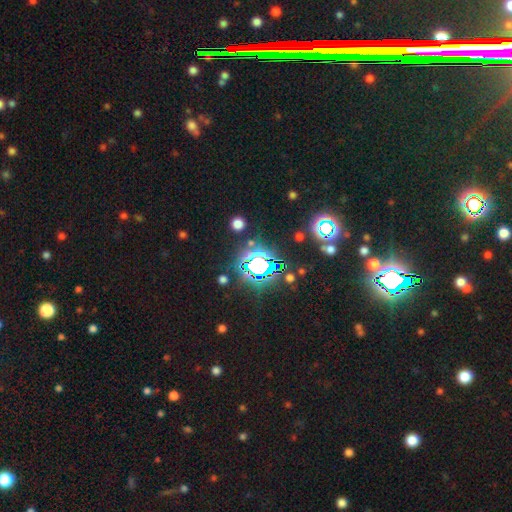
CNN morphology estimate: A star or artifact, not a galaxy (81%).